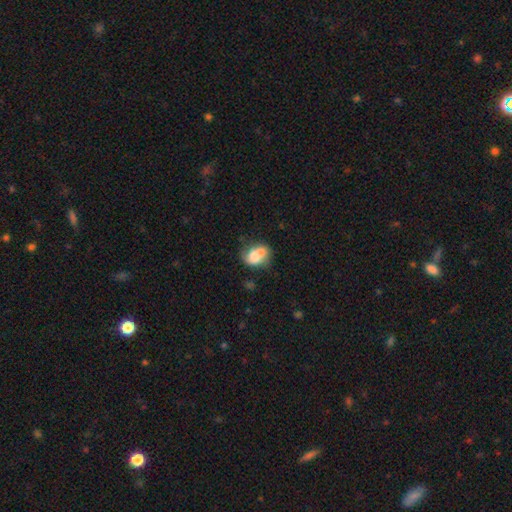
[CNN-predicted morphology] Q: Smooth or featured?
A: smooth (67%); runner-up: featured or disk (25%)
Q: How rounded?
A: in between (65%); runner-up: round (34%)
Q: Merging?
A: merger (42%); runner-up: none (30%)